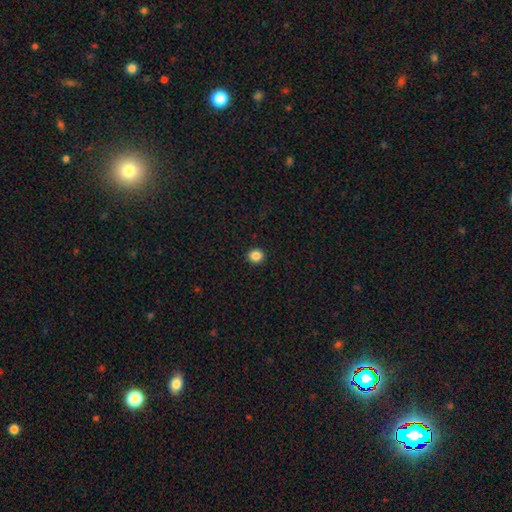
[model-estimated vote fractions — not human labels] Smooth or featured? smooth (87%)
How rounded? round (86%)
Merging? none (92%)